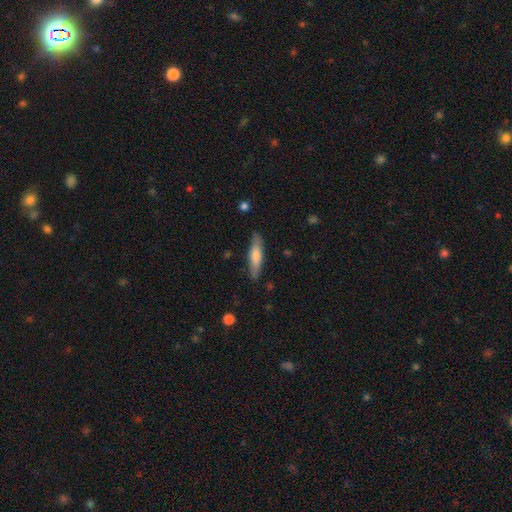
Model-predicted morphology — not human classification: Overall: smooth (62%; featured or disk 33%). How rounded: cigar-shaped (77%). Merging: none (86%).